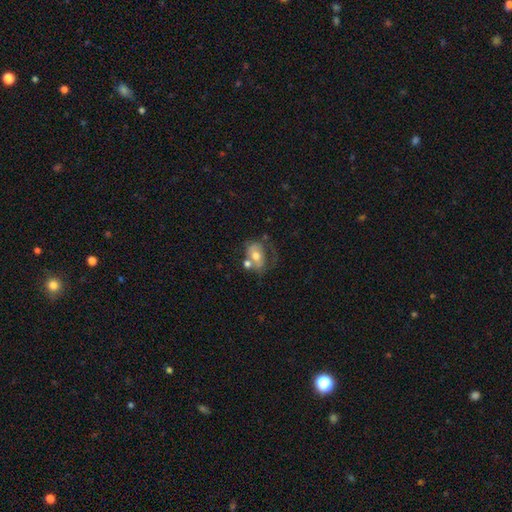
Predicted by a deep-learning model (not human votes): smooth_or_featured: featured or disk (p=0.46) [alt: smooth p=0.45]
merging: merger (p=0.30) [alt: none p=0.27]